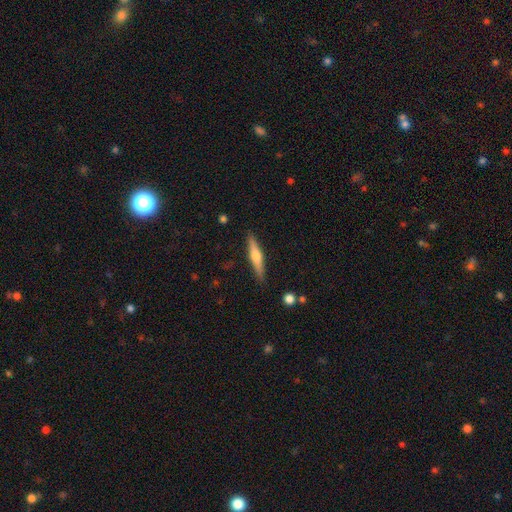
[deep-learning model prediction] smooth-or-featured: featured or disk: 50% | smooth: 44% | star or artifact: 6%
  disk-edge-on: yes: 96% | no: 4%
  merging: none: 88% | minor disturbance: 9% | major disturbance: 2% | merger: 1%